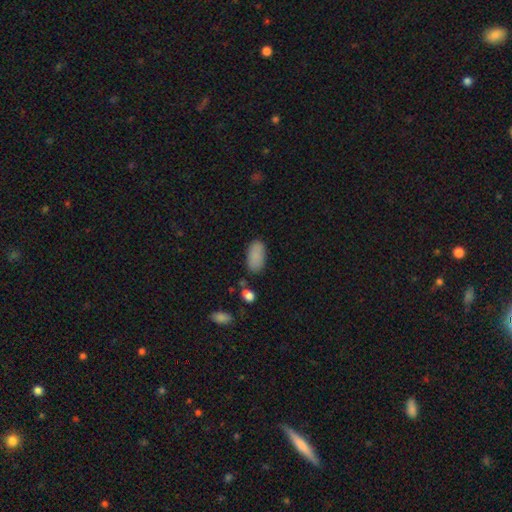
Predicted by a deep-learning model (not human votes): Q: Smooth or featured?
A: smooth (87%); runner-up: star or artifact (7%)
Q: How rounded?
A: in between (94%); runner-up: cigar-shaped (3%)
Q: Merging?
A: none (80%); runner-up: minor disturbance (13%)